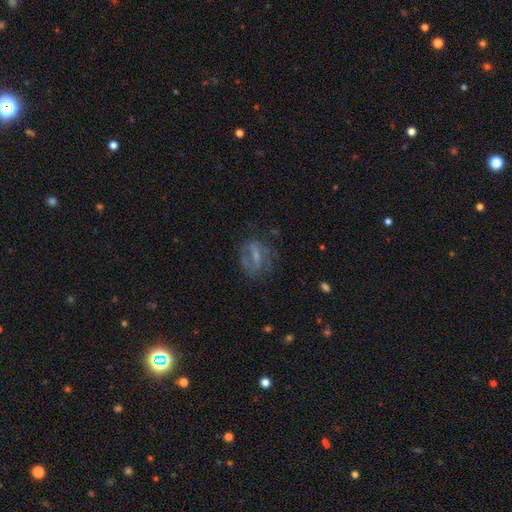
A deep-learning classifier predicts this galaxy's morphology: Smooth or featured: featured or disk — 59% (smooth — 29%)
Edge-on disk: no — 92% (yes — 8%)
Bar: strong — 39% (tied with weak — 39%)
Spiral arms: yes — 58% (no — 42%)
Bulge size: small — 45% (none — 31%)
Merging: none — 60% (minor disturbance — 20%)